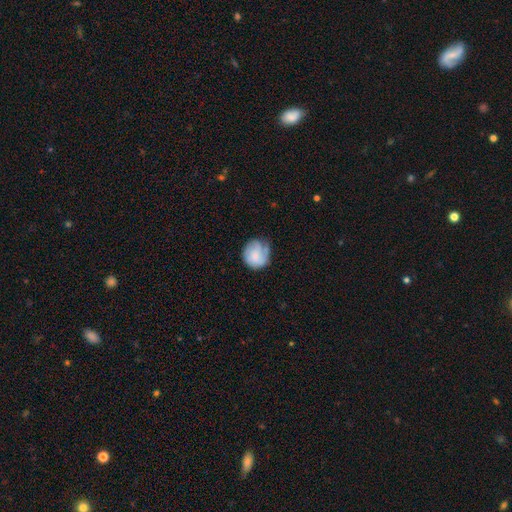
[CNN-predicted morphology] Q: Smooth or featured?
A: smooth (63%); runner-up: featured or disk (30%)
Q: How rounded?
A: round (79%); runner-up: in between (20%)
Q: Merging?
A: none (49%); runner-up: minor disturbance (32%)